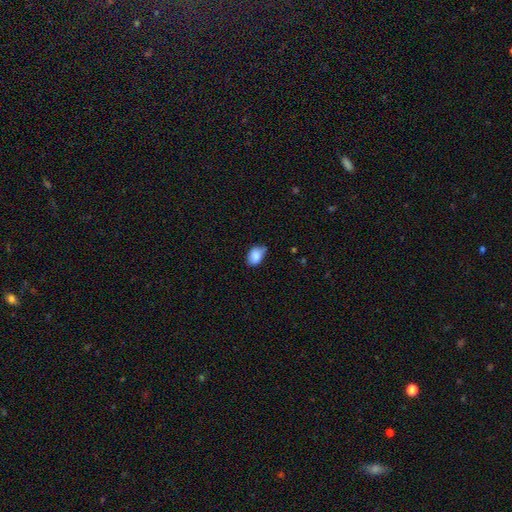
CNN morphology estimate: Q: Smooth or featured?
A: smooth (85%); runner-up: star or artifact (8%)
Q: How rounded?
A: in between (81%); runner-up: round (18%)
Q: Merging?
A: none (58%); runner-up: minor disturbance (33%)